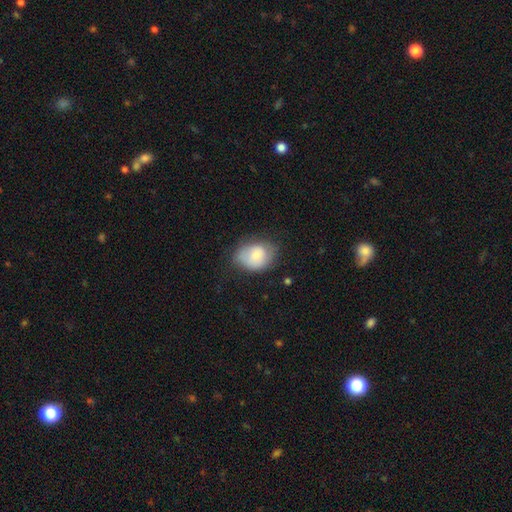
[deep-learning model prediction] This is likely a smooth galaxy (68%). How rounded: likely in between (68%). Merging: possibly none (59%).